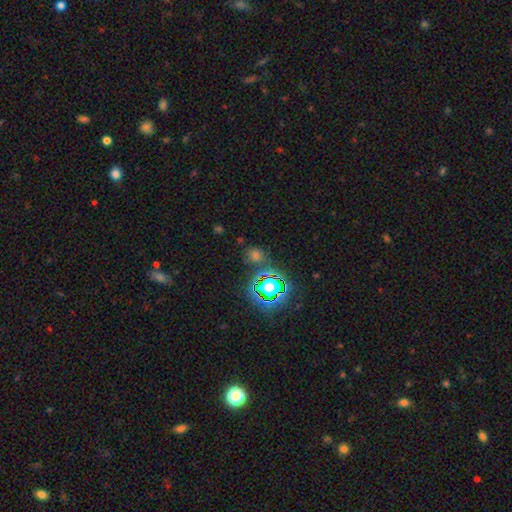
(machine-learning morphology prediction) Smooth or featured? Predicted: star or artifact (p=0.49).